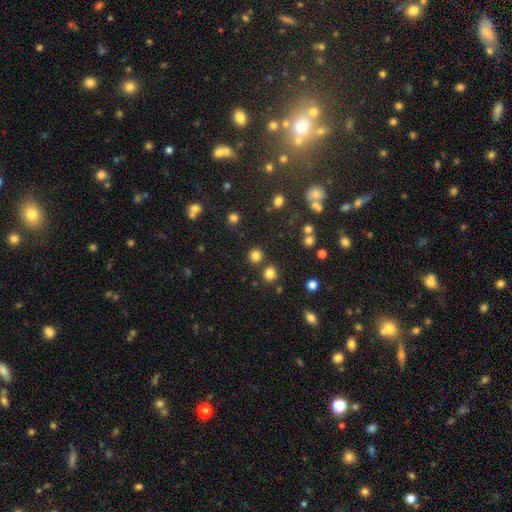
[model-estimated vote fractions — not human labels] smooth-or-featured: smooth: 80% | star or artifact: 15% | featured or disk: 4%
  how-rounded: round: 91% | in between: 8% | cigar-shaped: 1%
  merging: none: 84% | merger: 7% | minor disturbance: 6% | major disturbance: 3%